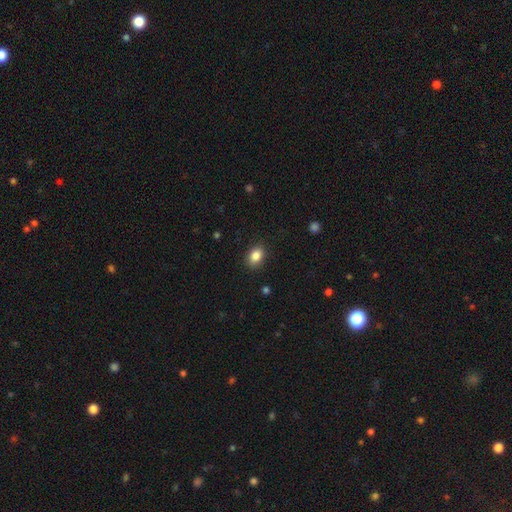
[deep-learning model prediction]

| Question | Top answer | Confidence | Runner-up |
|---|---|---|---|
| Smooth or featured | smooth | 86% | star or artifact (9%) |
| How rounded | in between | 70% | round (29%) |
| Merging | none | 87% | minor disturbance (9%) |